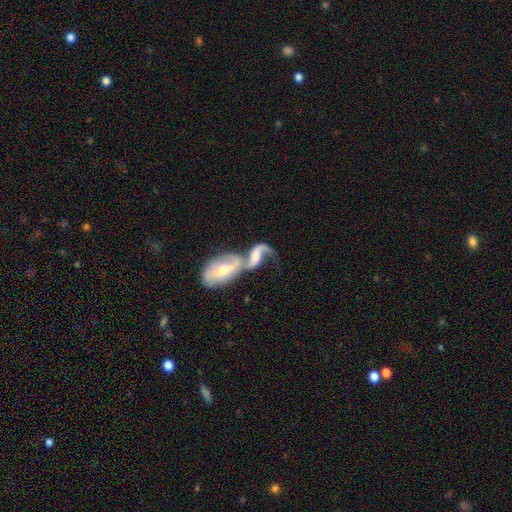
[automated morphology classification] type=featured or disk (71%); edge-on=no (93%); bar=no (40%, tied with weak); spiral arms=yes (87%); winding=loose (72%); arm count=2 (73%); bulge=moderate (41%); merging=merger (78%).